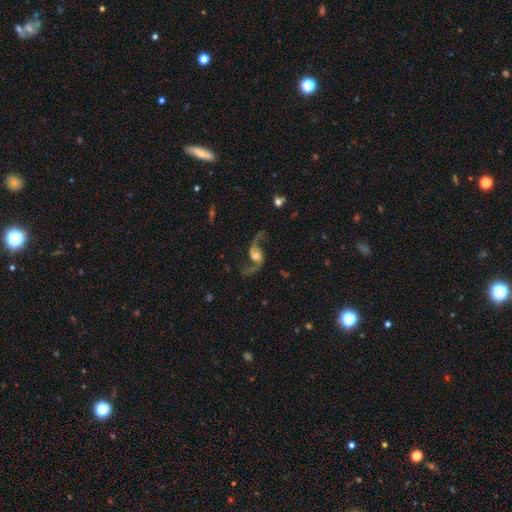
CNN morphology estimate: Smooth or featured: featured or disk — 88% (star or artifact — 6%)
Edge-on disk: no — 96% (yes — 4%)
Bar: no — 55% (weak — 34%)
Spiral arms: yes — 96% (no — 4%)
Spiral winding: loose — 87% (medium — 10%)
Spiral arm count: 2 — 94% (1 — 2%)
Bulge size: moderate — 51% (large — 23%)
Merging: none — 72% (minor disturbance — 13%)